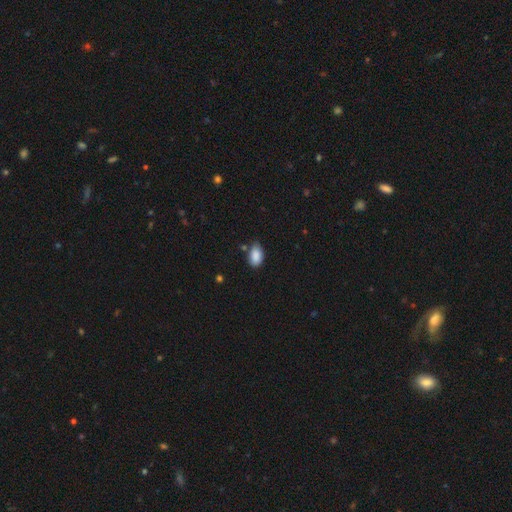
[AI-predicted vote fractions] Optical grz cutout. It shows a smooth galaxy with no disk features (88%) that is in between round and cigar-shaped (91%). Merging: none (67%).